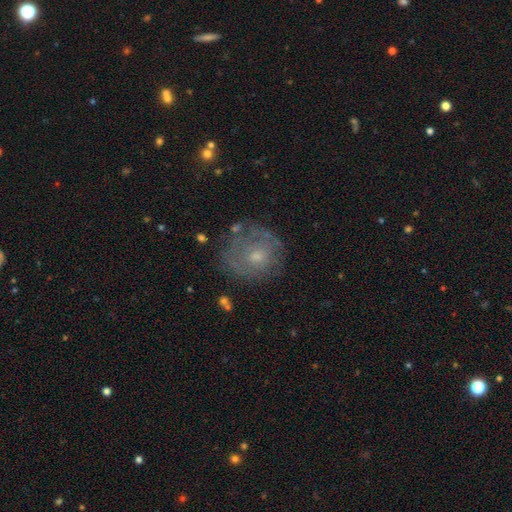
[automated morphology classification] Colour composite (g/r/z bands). It shows a featured or disk galaxy (50%). Merging: none (69%).